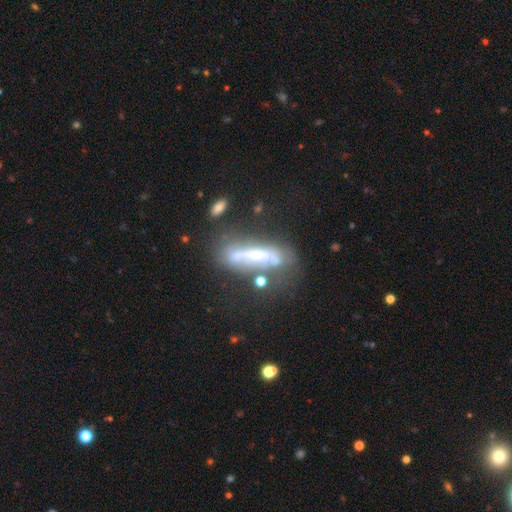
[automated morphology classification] Smooth or featured? Predicted: featured or disk (p=0.60). Edge-on disk? Predicted: yes (p=0.59). Merging? Predicted: none (p=0.53).